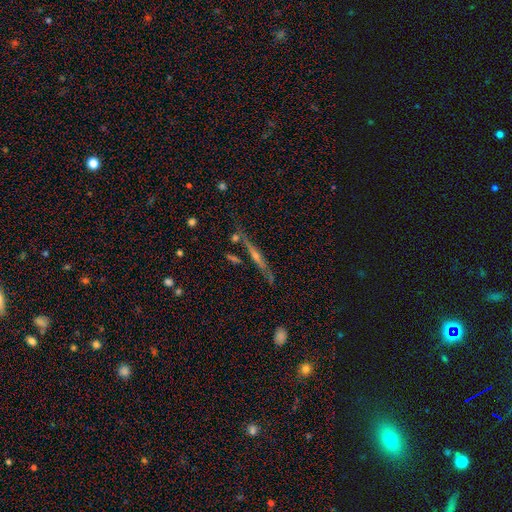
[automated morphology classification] Overall: featured or disk (75%). Edge-on disk: yes (96%). Edge-on bulge: rounded (77%). Merging: none (80%).